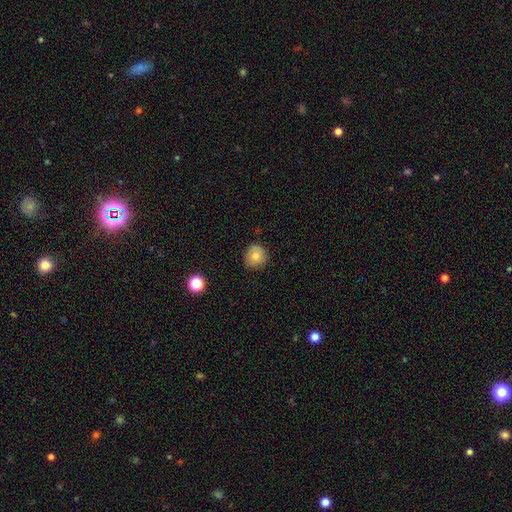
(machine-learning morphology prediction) Smooth or featured? smooth (78%)
How rounded? round (90%)
Merging? none (84%)